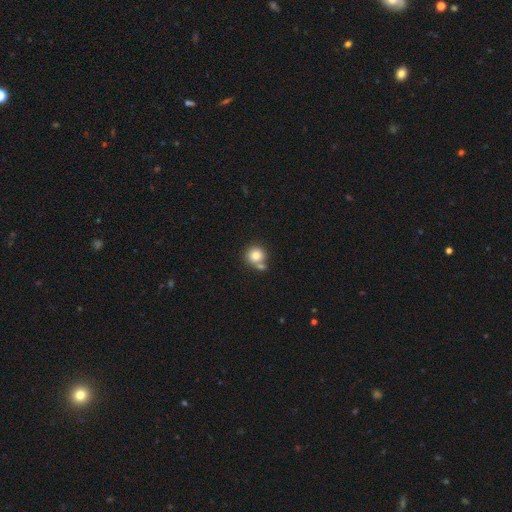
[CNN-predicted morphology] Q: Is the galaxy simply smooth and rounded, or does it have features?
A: smooth — 81%.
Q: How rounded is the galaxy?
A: round — 89%.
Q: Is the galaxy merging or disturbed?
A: none — 57%.